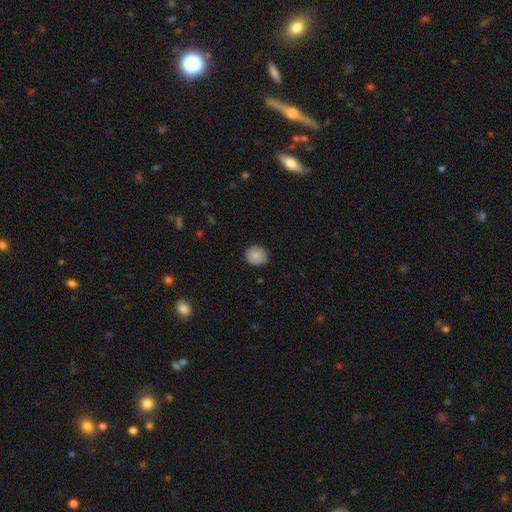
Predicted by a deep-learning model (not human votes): Overall: smooth (86%). How rounded: round (84%). Merging: none (86%).